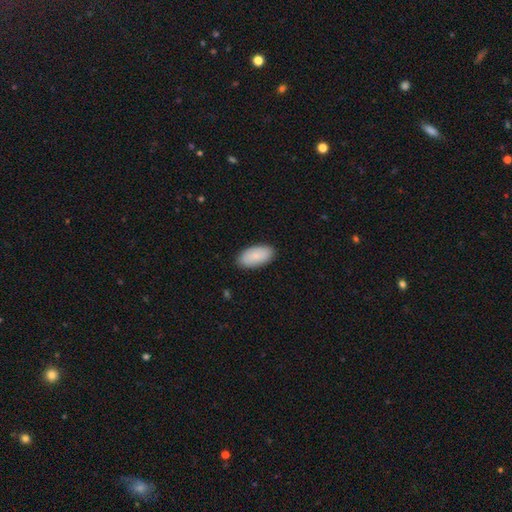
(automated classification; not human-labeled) The model was most divided on "smooth or featured": smooth: 86%, featured or disk: 9%, star or artifact: 6%. More confident: how rounded — in between (95%); merging — none (88%).